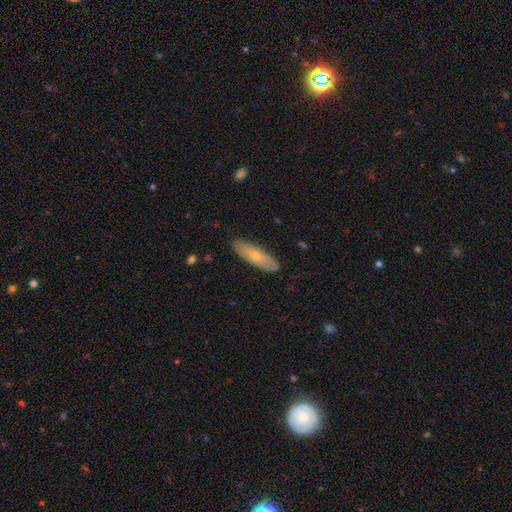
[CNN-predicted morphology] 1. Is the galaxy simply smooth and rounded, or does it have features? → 54% smooth, 39% featured or disk, 7% star or artifact.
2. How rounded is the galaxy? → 59% cigar-shaped, 38% in between, 2% round.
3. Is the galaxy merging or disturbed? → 86% none, 11% minor disturbance, 2% major disturbance, 1% merger.